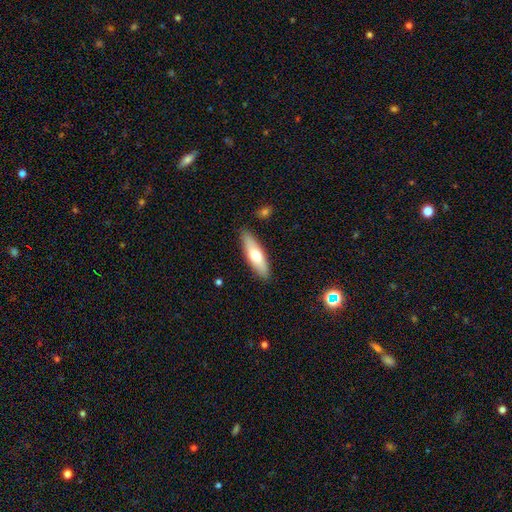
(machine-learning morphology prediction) A smooth galaxy with no disk features (67%) that is cigar-shaped (56%). Merging: none (87%).